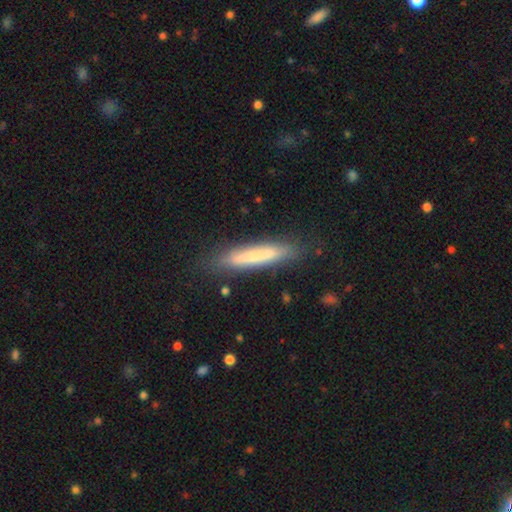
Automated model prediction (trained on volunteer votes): This appears to be a smooth galaxy with no disk features (68%) that is cigar-shaped (92%). Merging: none (84%).